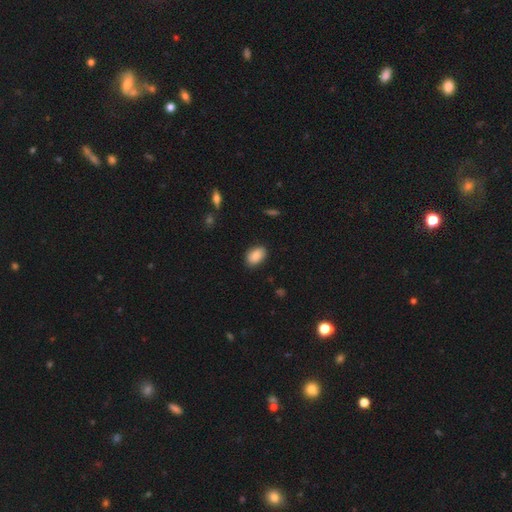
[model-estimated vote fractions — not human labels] smooth 87%, star or artifact 7%, featured or disk 6%. Down the decision tree: how rounded — in between (90%); merging — none (85%).